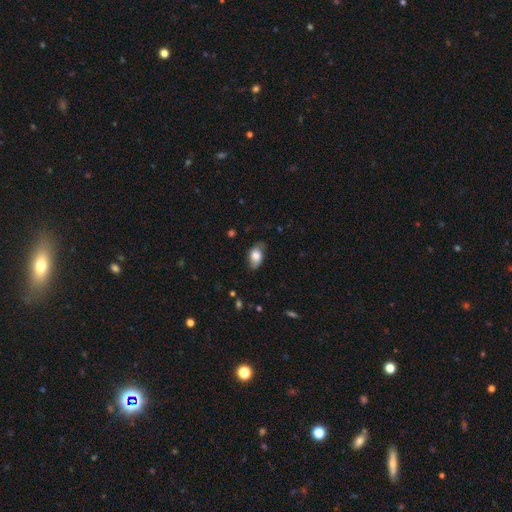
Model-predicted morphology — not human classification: Smooth or featured?
  - smooth: 78% *
  - featured or disk: 15%
  - star or artifact: 7%
How rounded?
  - in between: 90% *
  - round: 8%
  - cigar-shaped: 2%
Merging?
  - none: 71% *
  - minor disturbance: 23%
  - major disturbance: 5%
  - merger: 1%